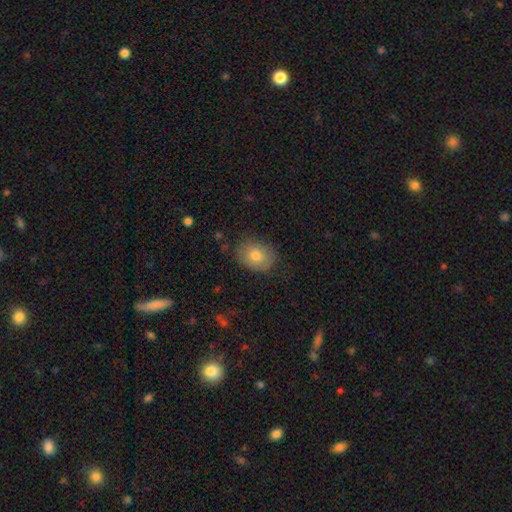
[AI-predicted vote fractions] Overall: smooth (77%). How rounded: in between (55%; round 44%). Merging: none (78%).